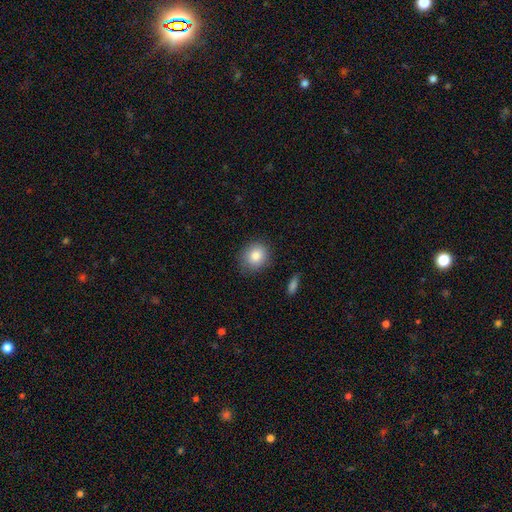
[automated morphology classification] Smooth or featured?
  - smooth: 84% *
  - star or artifact: 9%
  - featured or disk: 7%
How rounded?
  - round: 78% *
  - in between: 21%
  - cigar-shaped: 1%
Merging?
  - none: 83% *
  - minor disturbance: 12%
  - major disturbance: 3%
  - merger: 2%